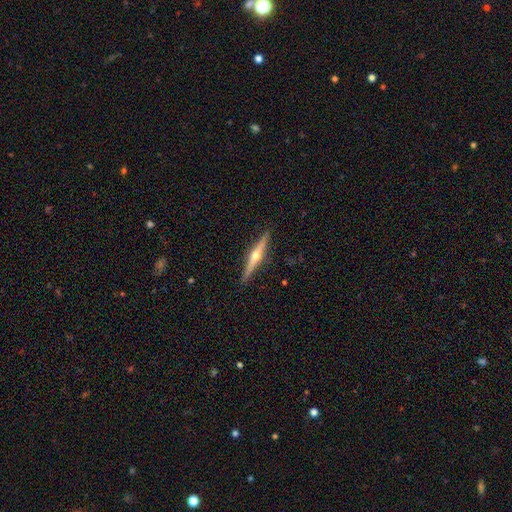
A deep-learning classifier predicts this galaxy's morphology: Smooth or featured? featured or disk (76%)
Edge-on disk? yes (98%)
Edge-on bulge? rounded (94%)
Merging? none (91%)